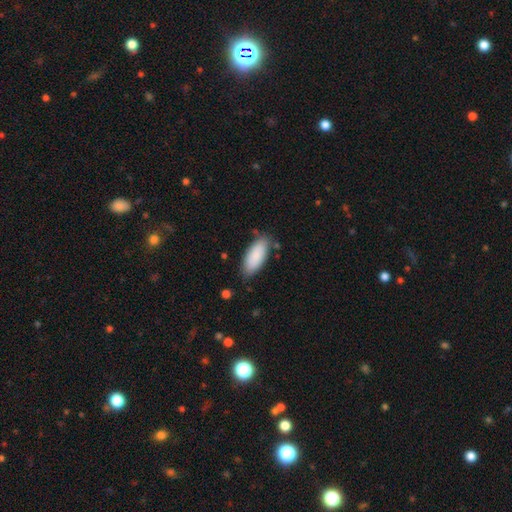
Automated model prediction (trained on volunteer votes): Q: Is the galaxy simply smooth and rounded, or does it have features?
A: smooth — 87%.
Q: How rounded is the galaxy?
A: in between — 84%.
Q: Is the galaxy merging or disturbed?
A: none — 79%.